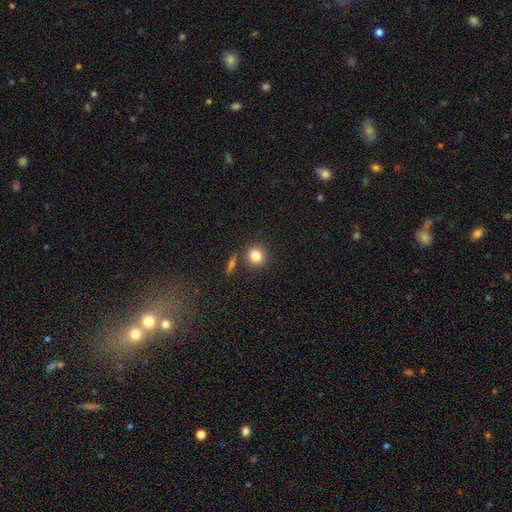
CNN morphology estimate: The model was most divided on "merging": none: 79%, minor disturbance: 9%, merger: 9%, major disturbance: 3%. More confident: how rounded — round (87%); smooth or featured — smooth (83%).